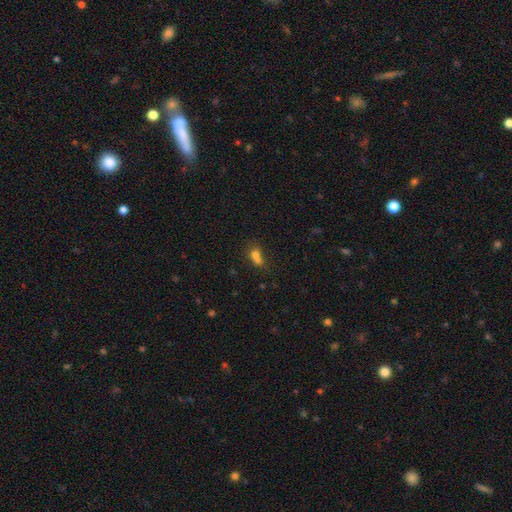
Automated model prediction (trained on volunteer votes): Smooth or featured? smooth (69%)
How rounded? round (59%)
Merging? merger (64%)